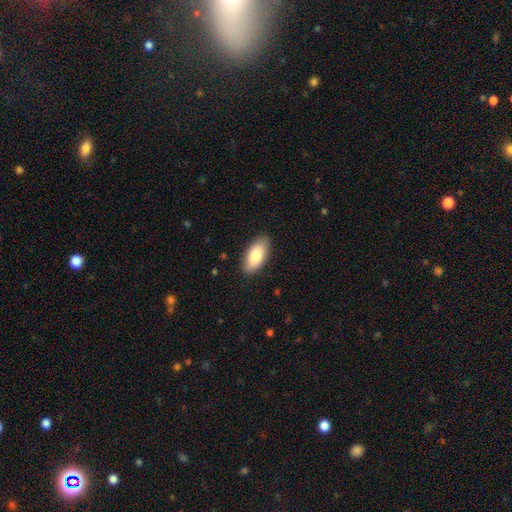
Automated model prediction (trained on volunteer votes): smooth_or_featured: smooth (p=0.83) [alt: featured or disk p=0.11]
how_rounded: in between (p=0.92) [alt: cigar-shaped p=0.06]
merging: none (p=0.87) [alt: minor disturbance p=0.10]